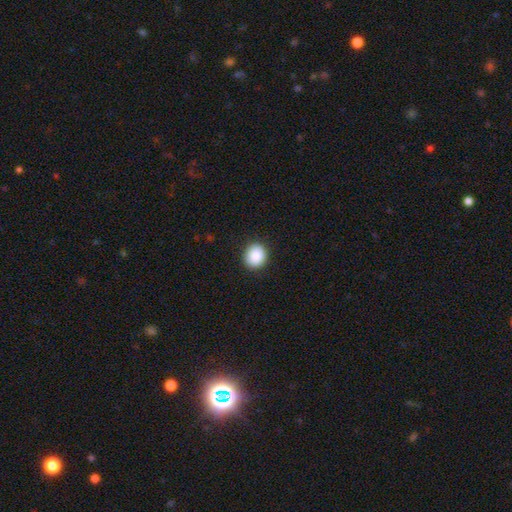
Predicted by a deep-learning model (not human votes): A smooth galaxy with no disk features (88%) that is round (79%). Merging: none (90%).